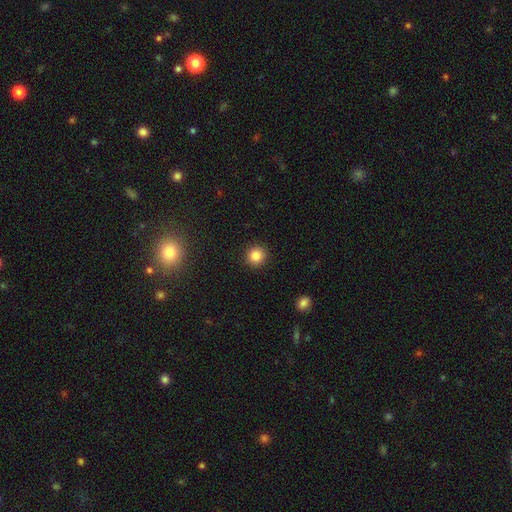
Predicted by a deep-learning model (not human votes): Smooth or featured?
  - smooth: 84% *
  - star or artifact: 11%
  - featured or disk: 5%
How rounded?
  - round: 94% *
  - in between: 5%
  - cigar-shaped: 1%
Merging?
  - none: 92% *
  - minor disturbance: 5%
  - major disturbance: 2%
  - merger: 1%